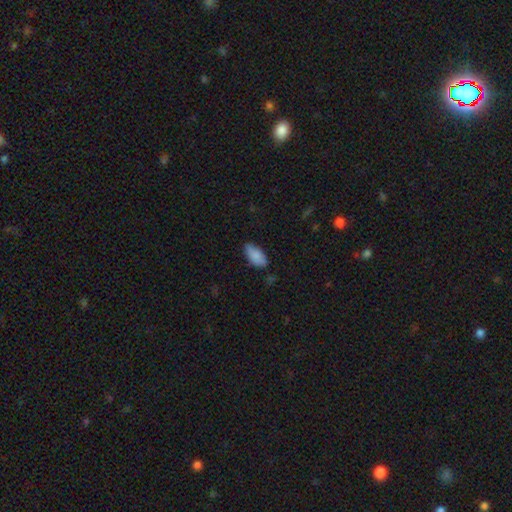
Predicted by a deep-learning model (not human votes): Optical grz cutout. It shows a smooth galaxy with no disk features (85%) that is in between round and cigar-shaped (91%). Merging: none (74%).